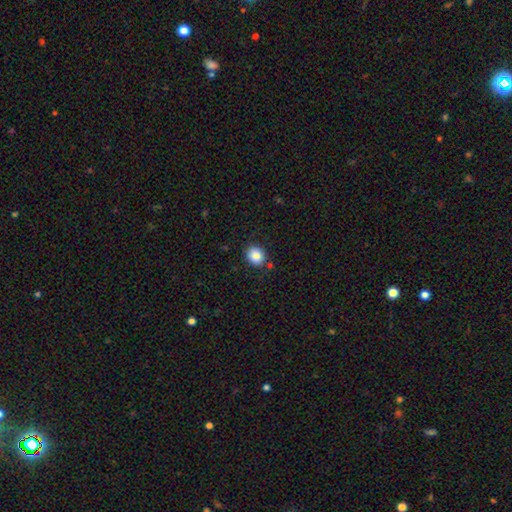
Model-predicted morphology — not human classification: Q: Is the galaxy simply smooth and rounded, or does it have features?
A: smooth — 87%.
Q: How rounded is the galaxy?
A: round — 70%.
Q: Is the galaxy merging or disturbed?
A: none — 84%.